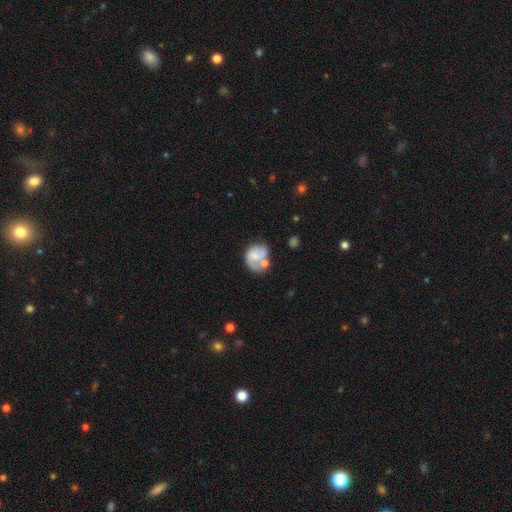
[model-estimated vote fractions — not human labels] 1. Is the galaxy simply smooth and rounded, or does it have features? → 46% smooth, 45% featured or disk, 8% star or artifact.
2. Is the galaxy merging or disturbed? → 35% none, 26% merger, 22% minor disturbance, 17% major disturbance.